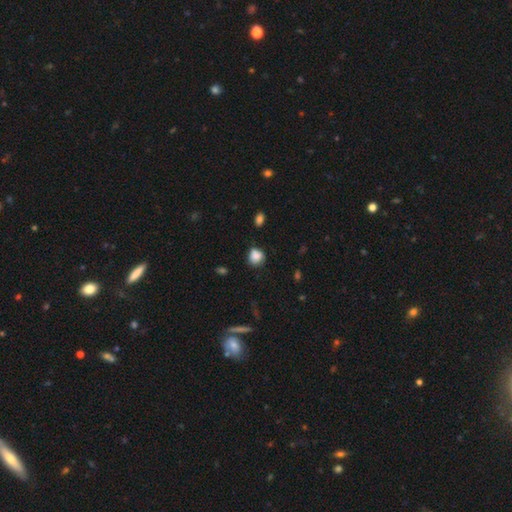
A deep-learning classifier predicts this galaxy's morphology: Smooth or featured? Predicted: smooth (p=0.83). How rounded? Predicted: round (p=0.74). Merging? Predicted: none (p=0.62).